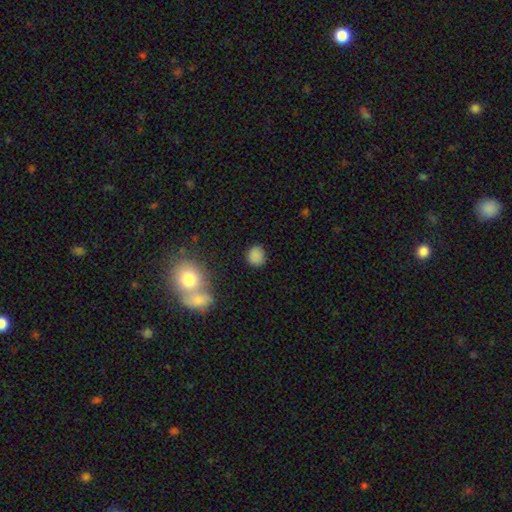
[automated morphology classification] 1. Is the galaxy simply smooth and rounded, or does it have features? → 83% smooth, 12% star or artifact, 5% featured or disk.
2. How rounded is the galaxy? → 82% round, 17% in between, 1% cigar-shaped.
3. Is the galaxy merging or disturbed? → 84% none, 10% minor disturbance, 3% major disturbance, 3% merger.